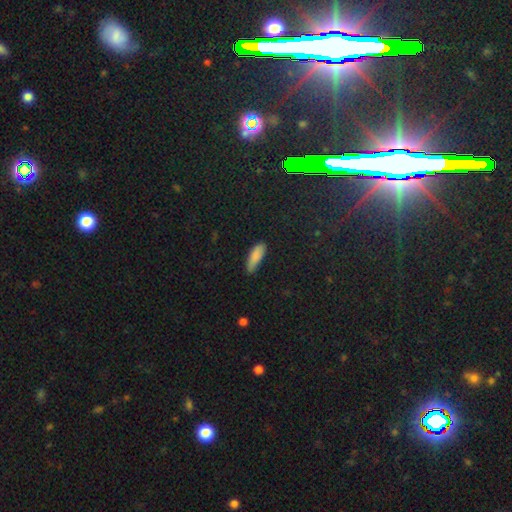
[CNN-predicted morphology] Smooth or featured: smooth — 86% (featured or disk — 7%)
How rounded: in between — 57% (cigar-shaped — 41%)
Merging: none — 76% (minor disturbance — 20%)